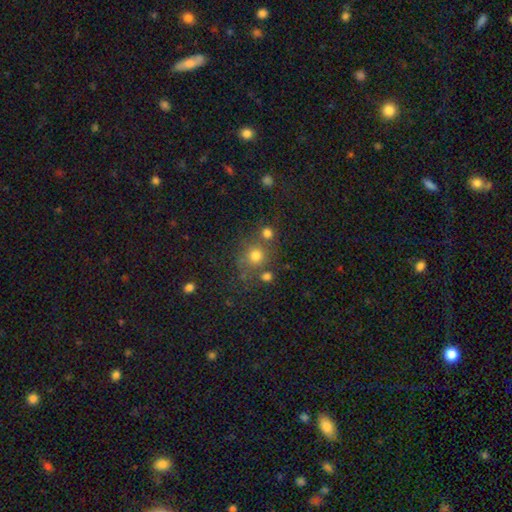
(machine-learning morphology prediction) The model was most divided on "merging": none: 65%, merger: 18%, minor disturbance: 11%, major disturbance: 6%. More confident: how rounded — round (88%); smooth or featured — smooth (73%).